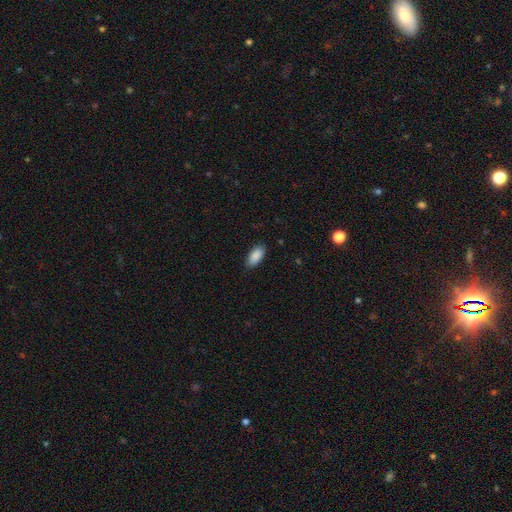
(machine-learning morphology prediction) Smooth or featured? Predicted: smooth (p=0.89). How rounded? Predicted: in between (p=0.91). Merging? Predicted: none (p=0.84).